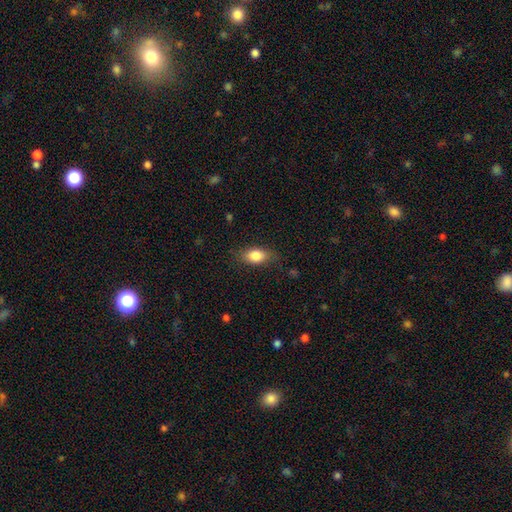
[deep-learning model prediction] A smooth galaxy with no disk features (83%) that is in between round and cigar-shaped (83%).

Vote fractions:
- Smooth or featured? smooth: 83% / featured or disk: 9% / star or artifact: 8%
- How rounded? in between: 83% / round: 11% / cigar-shaped: 5%
- Merging? none: 78% / minor disturbance: 16% / major disturbance: 5% / merger: 1%